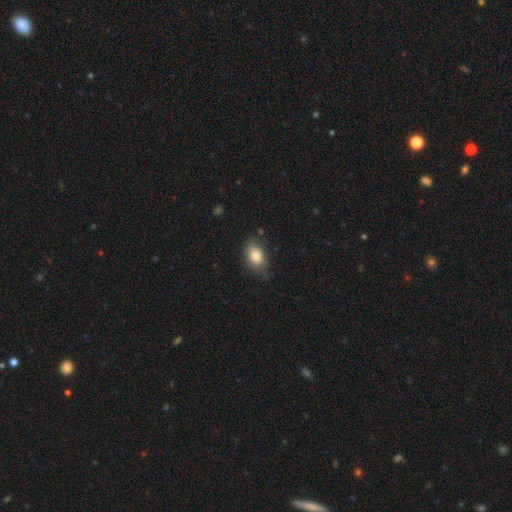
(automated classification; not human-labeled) smooth 83%, featured or disk 9%, star or artifact 7%. Down the decision tree: how rounded — in between (87%); merging — none (69%).